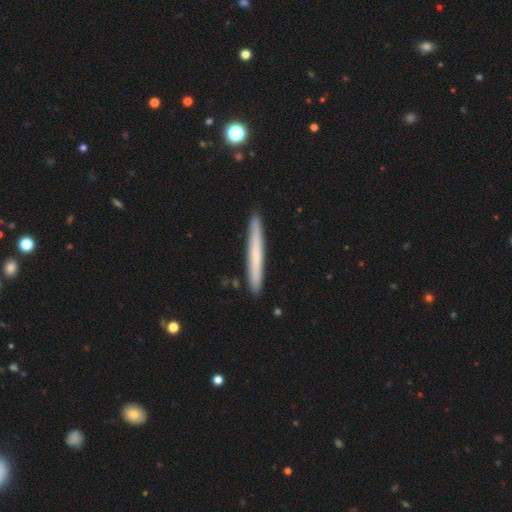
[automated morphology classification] smooth_or_featured: smooth (p=0.58) [alt: featured or disk p=0.36]
how_rounded: cigar-shaped (p=0.97) [alt: in between p=0.02]
merging: none (p=0.91) [alt: minor disturbance p=0.06]